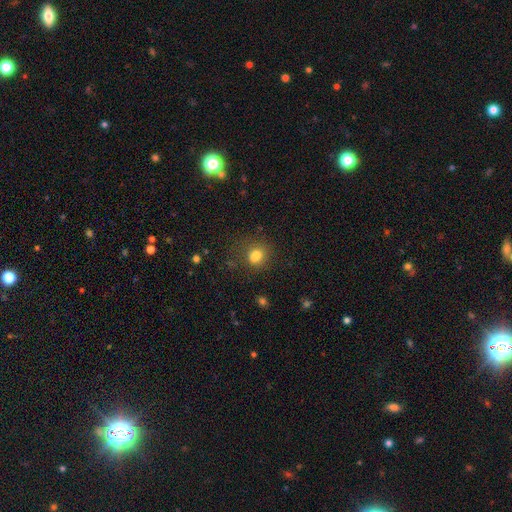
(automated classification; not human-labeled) A smooth galaxy with no disk features (77%) that is round (59%). Merging: none (61%).